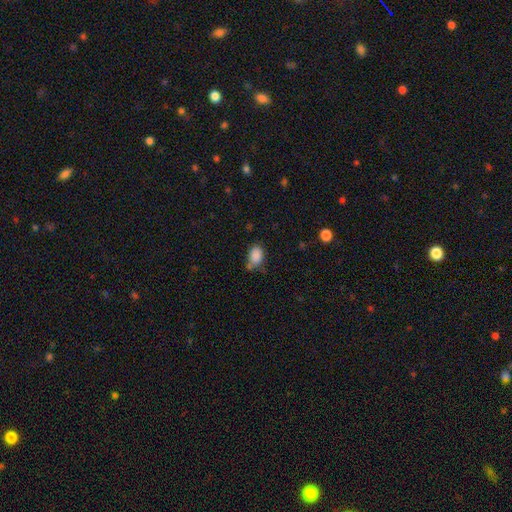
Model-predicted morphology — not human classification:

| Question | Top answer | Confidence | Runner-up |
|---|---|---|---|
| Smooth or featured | smooth | 87% | star or artifact (9%) |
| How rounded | in between | 80% | round (18%) |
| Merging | none | 61% | minor disturbance (22%) |